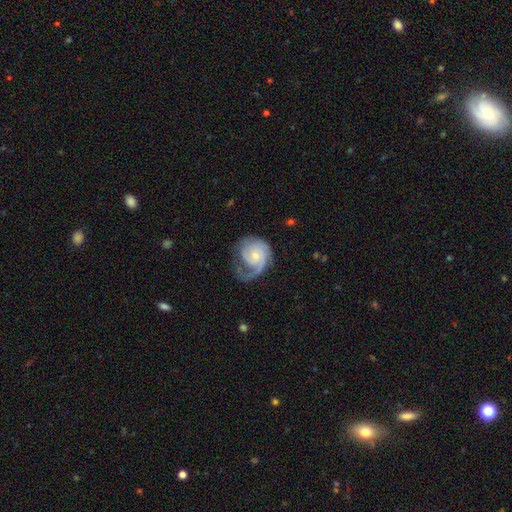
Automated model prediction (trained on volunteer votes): The model was most divided on "spiral winding": tight: 43%, medium: 36%, loose: 21%. Remaining: edge-on disk — no (98%); spiral arms — yes (93%); smooth or featured — featured or disk (77%); bar — no (75%); bulge size — small (66%); spiral arm count — 1 (57%); merging — none (43%).